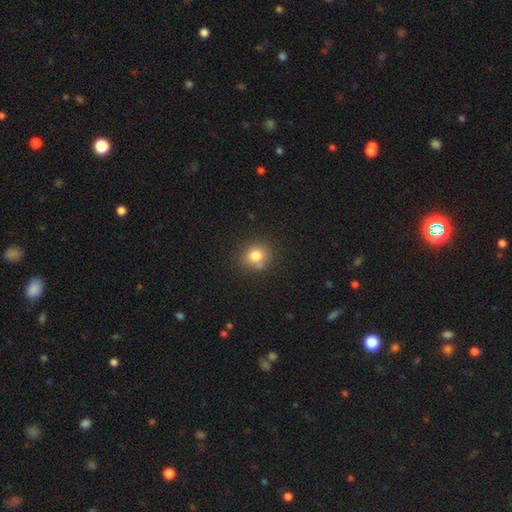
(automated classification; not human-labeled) Smooth or featured?
  - smooth: 79% *
  - star or artifact: 12%
  - featured or disk: 9%
How rounded?
  - round: 83% *
  - in between: 16%
  - cigar-shaped: 1%
Merging?
  - none: 74% *
  - minor disturbance: 14%
  - merger: 8%
  - major disturbance: 4%